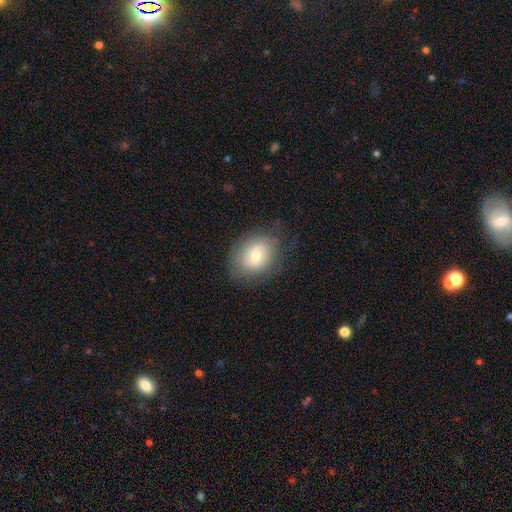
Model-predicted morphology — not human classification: Smooth or featured? Predicted: smooth (p=0.65). How rounded? Predicted: in between (p=0.55). Merging? Predicted: none (p=0.77).